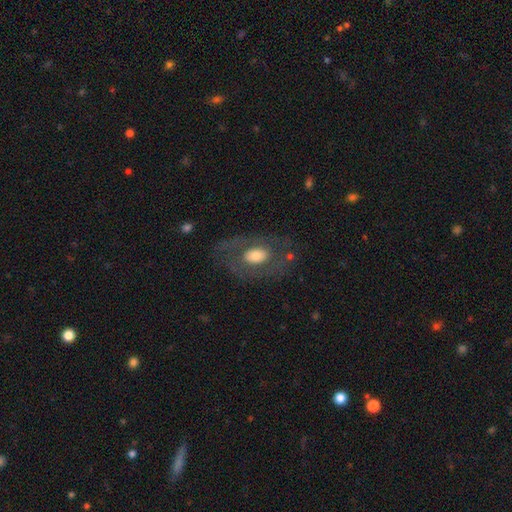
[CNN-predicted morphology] Q: Smooth or featured?
A: featured or disk (50%); runner-up: smooth (41%)
Q: Edge-on disk?
A: no (92%); runner-up: yes (8%)
Q: Merging?
A: none (71%); runner-up: minor disturbance (15%)